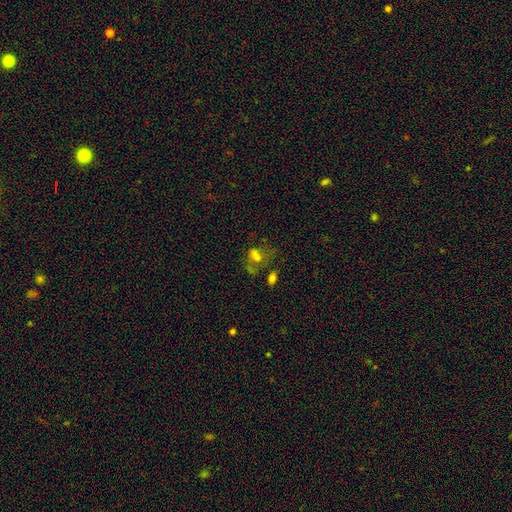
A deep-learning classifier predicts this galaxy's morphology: smooth-or-featured: smooth: 51% | star or artifact: 25% | featured or disk: 24%
  how-rounded: in between: 73% | round: 23% | cigar-shaped: 3%
  merging: none: 32% | major disturbance: 27% | merger: 24% | minor disturbance: 17%